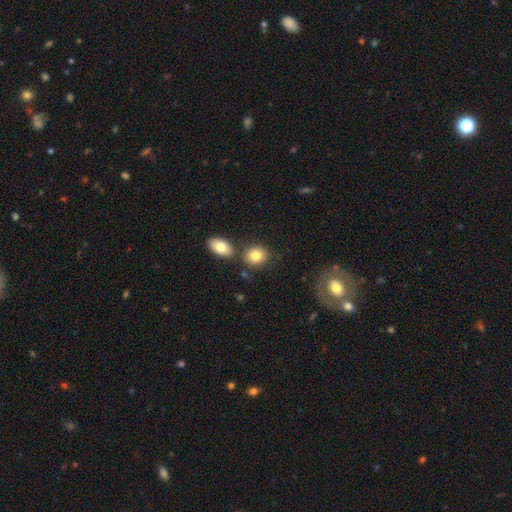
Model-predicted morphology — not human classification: Smooth or featured? smooth (81%)
How rounded? round (54%)
Merging? none (71%)